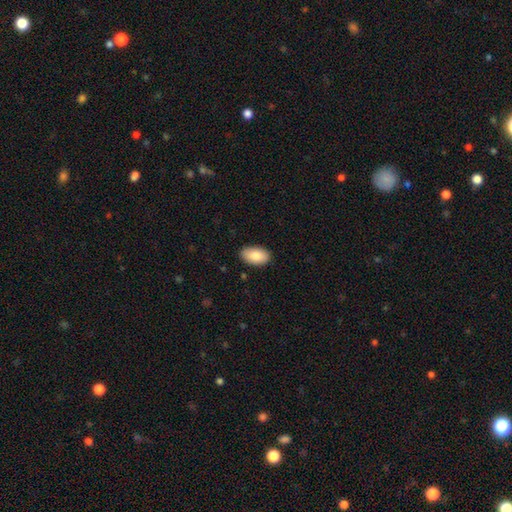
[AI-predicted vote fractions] smooth-or-featured: smooth: 87% | featured or disk: 7% | star or artifact: 6%
  how-rounded: in between: 94% | round: 4% | cigar-shaped: 1%
  merging: none: 87% | minor disturbance: 10% | major disturbance: 2% | merger: 1%